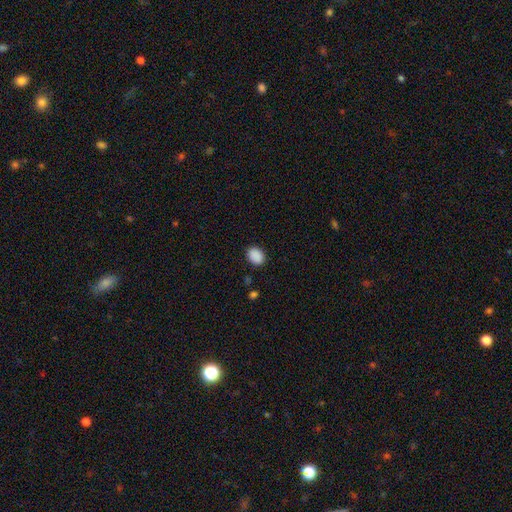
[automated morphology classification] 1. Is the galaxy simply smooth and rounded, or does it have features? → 89% smooth, 8% star or artifact, 3% featured or disk.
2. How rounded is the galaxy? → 65% in between, 34% round, 1% cigar-shaped.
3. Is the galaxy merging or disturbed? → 86% none, 10% minor disturbance, 3% major disturbance, 2% merger.